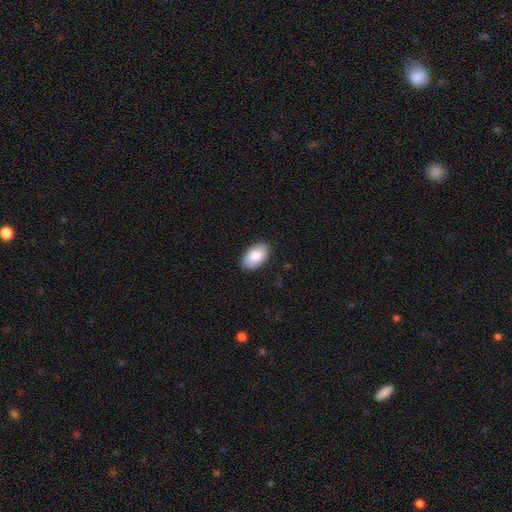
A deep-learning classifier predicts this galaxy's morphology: The model was most divided on "smooth or featured": smooth: 84%, featured or disk: 10%, star or artifact: 6%. More confident: how rounded — in between (95%); merging — none (88%).